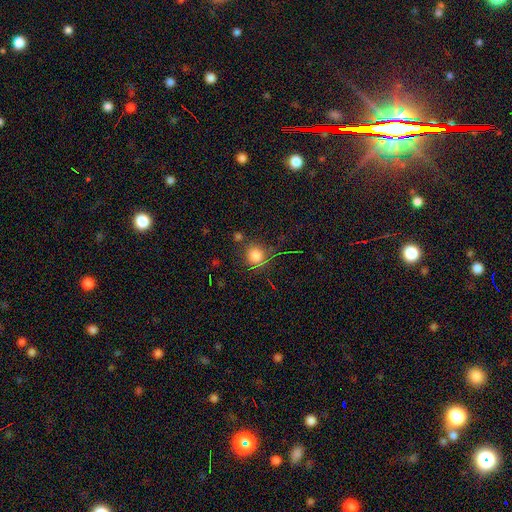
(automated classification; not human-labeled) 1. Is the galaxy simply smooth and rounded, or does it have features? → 79% smooth, 15% star or artifact, 6% featured or disk.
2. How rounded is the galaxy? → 89% round, 10% in between, 1% cigar-shaped.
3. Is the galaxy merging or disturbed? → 74% none, 13% minor disturbance, 7% merger, 6% major disturbance.